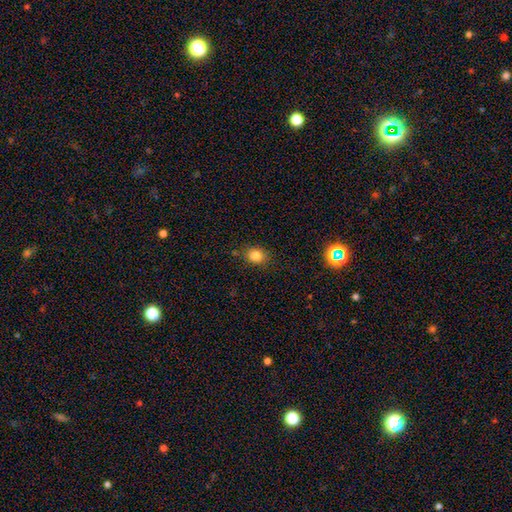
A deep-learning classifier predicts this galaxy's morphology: smooth 83%, star or artifact 12%, featured or disk 5%. Down the decision tree: how rounded — round (62%); merging — none (83%).